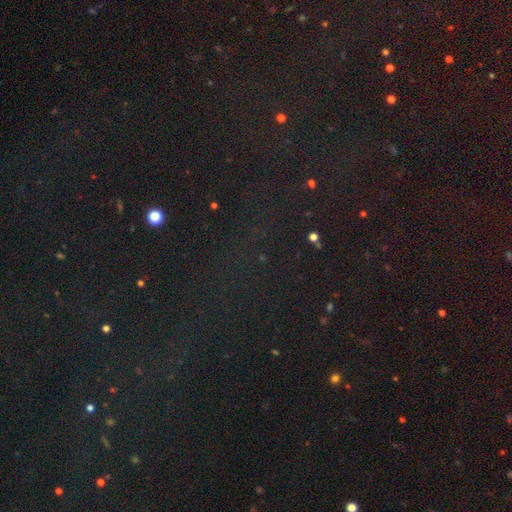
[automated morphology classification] smooth_or_featured: star or artifact (p=0.81) [alt: smooth p=0.12]